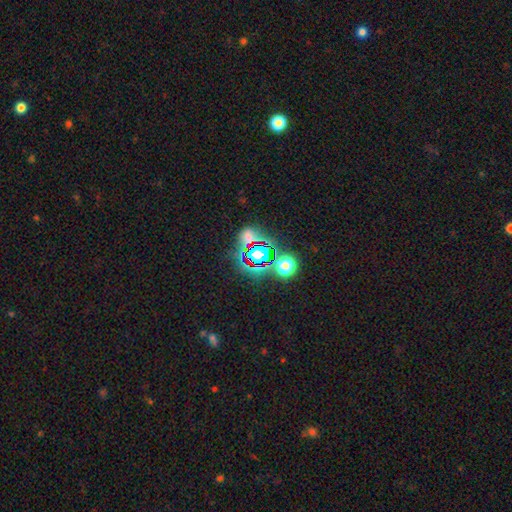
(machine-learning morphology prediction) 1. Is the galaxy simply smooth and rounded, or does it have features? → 77% star or artifact, 15% smooth, 8% featured or disk.